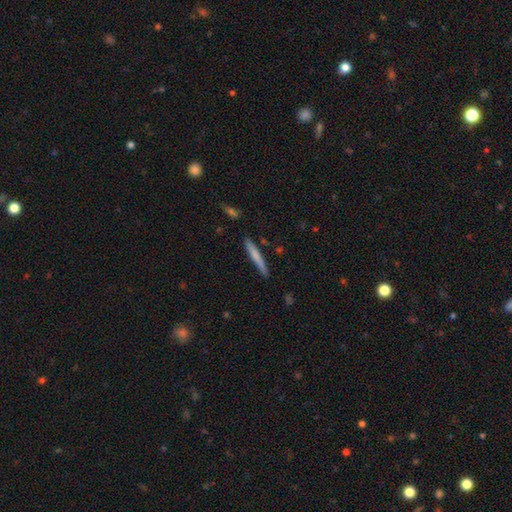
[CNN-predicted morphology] A smooth galaxy with no disk features (63%) that is cigar-shaped (95%). Merging: none (85%).